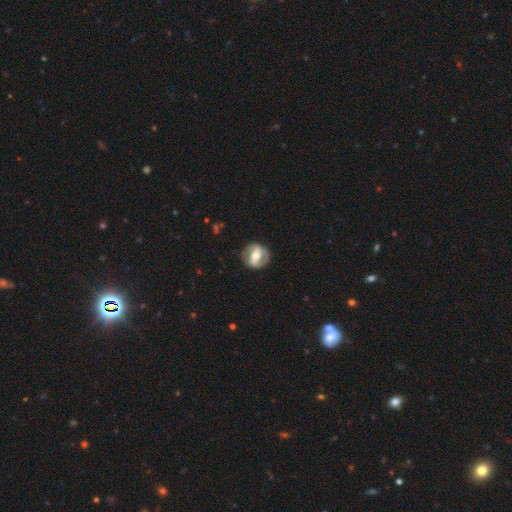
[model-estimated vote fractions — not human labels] Smooth or featured? featured or disk (67%)
Edge-on disk? no (93%)
Bar? strong (58%)
Spiral arms? yes (57%)
Bulge size? moderate (67%)
Merging? none (80%)